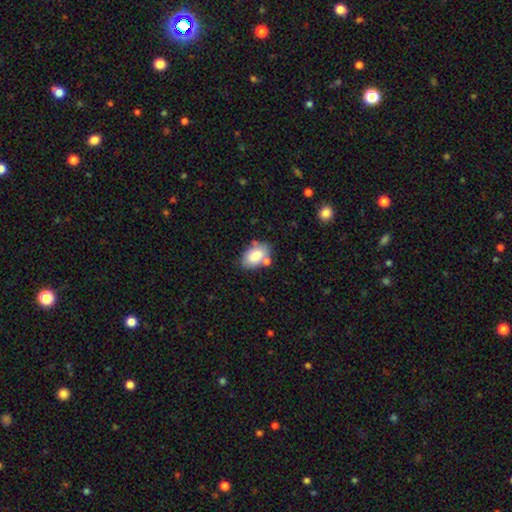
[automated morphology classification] Overall: smooth (79%). How rounded: in between (89%). Merging: none (62%).